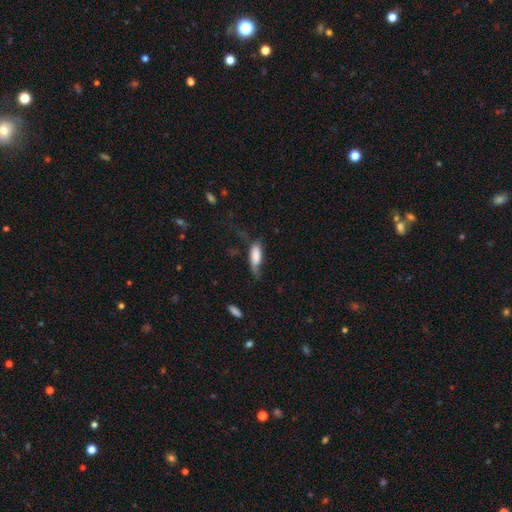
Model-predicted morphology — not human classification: smooth_or_featured: smooth (p=0.77) [alt: featured or disk p=0.17]
how_rounded: in between (p=0.72) [alt: cigar-shaped p=0.25]
merging: minor disturbance (p=0.33) [alt: major disturbance p=0.32]